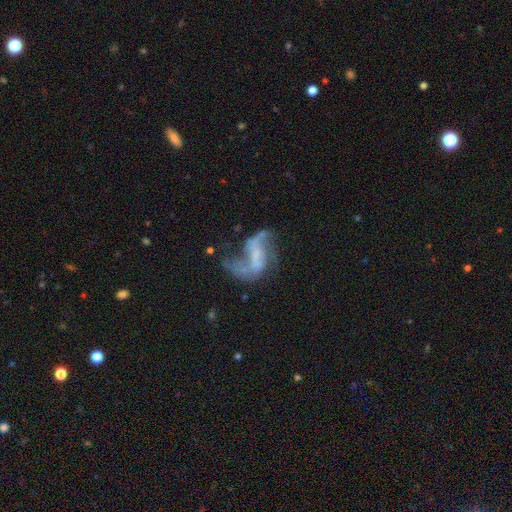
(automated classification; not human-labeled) A featured or disk galaxy (75%) with a weak bar (39%), 2 (74%) loose (72%) spiral arms (75%) and no central bulge (43%). Merging: major disturbance (38%).